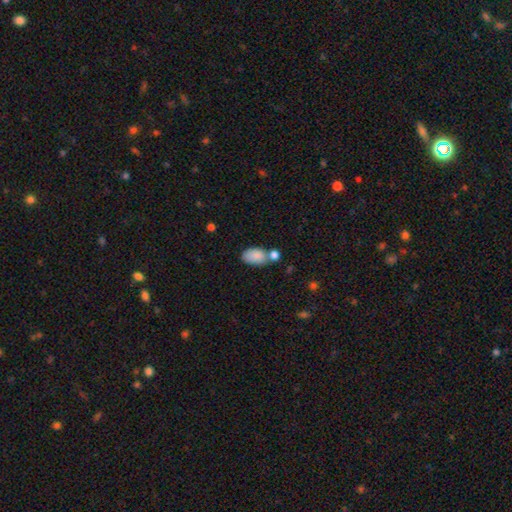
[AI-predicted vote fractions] A smooth galaxy with no disk features (86%) that is in between round and cigar-shaped (93%).

Vote fractions:
- Smooth or featured? smooth: 86% / star or artifact: 8% / featured or disk: 7%
- How rounded? in between: 93% / round: 5% / cigar-shaped: 2%
- Merging? none: 51% / merger: 27% / minor disturbance: 17% / major disturbance: 6%